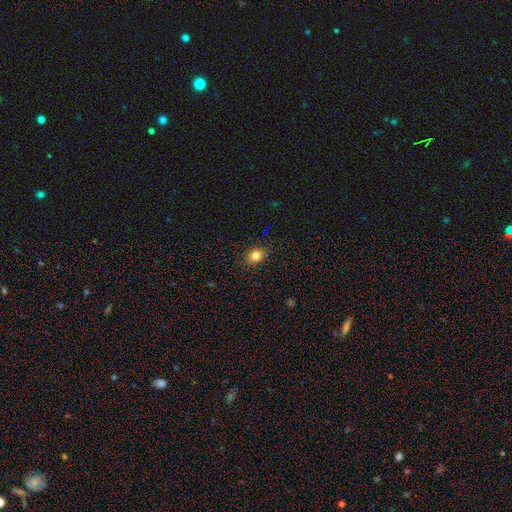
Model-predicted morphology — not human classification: smooth 80%, star or artifact 13%, featured or disk 7%. Down the decision tree: how rounded — in between (52%); merging — none (86%).